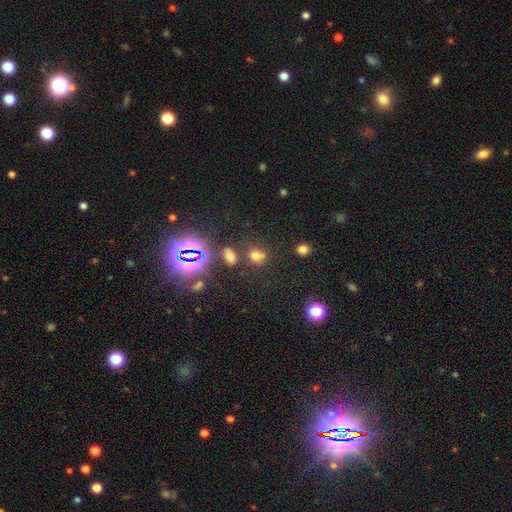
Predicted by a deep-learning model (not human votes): Smooth or featured? Predicted: smooth (p=0.62). How rounded? Predicted: round (p=0.58). Merging? Predicted: none (p=0.64).